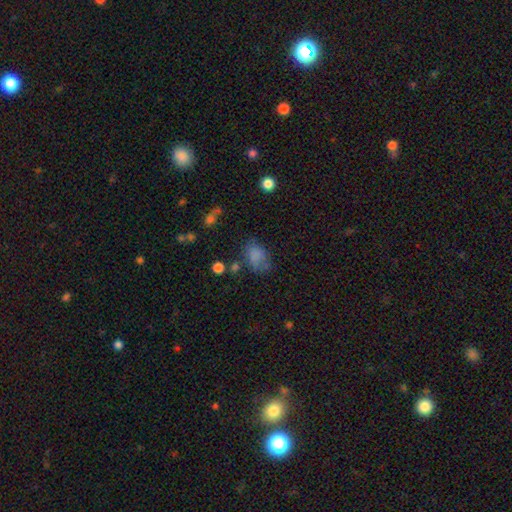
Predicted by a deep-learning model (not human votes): Smooth or featured? smooth (75%)
How rounded? in between (76%)
Merging? none (49%)